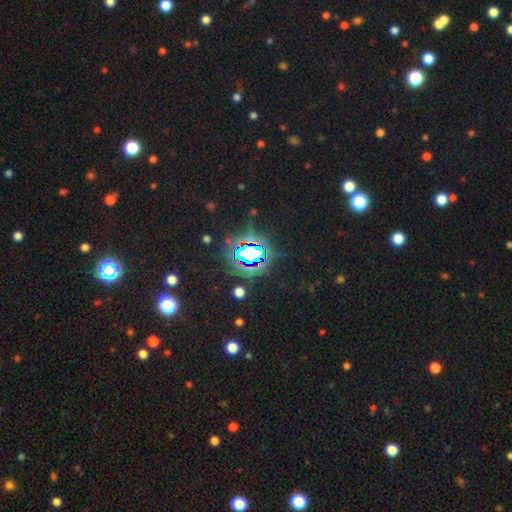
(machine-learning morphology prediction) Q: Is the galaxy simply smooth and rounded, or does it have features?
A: star or artifact — 77%.